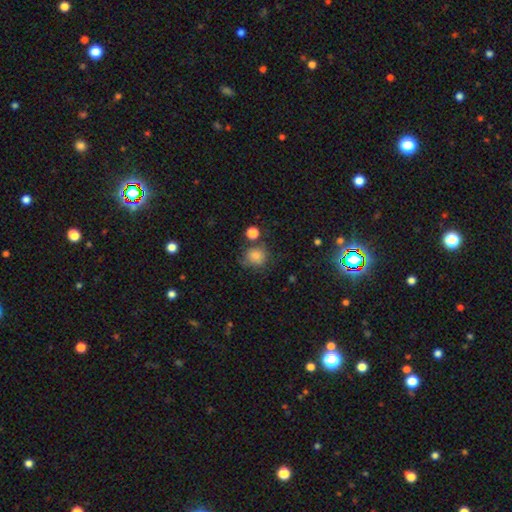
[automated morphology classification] Smooth or featured?
  - smooth: 79% *
  - star or artifact: 14%
  - featured or disk: 8%
How rounded?
  - round: 85% *
  - in between: 14%
  - cigar-shaped: 1%
Merging?
  - none: 69% *
  - minor disturbance: 17%
  - merger: 8%
  - major disturbance: 6%